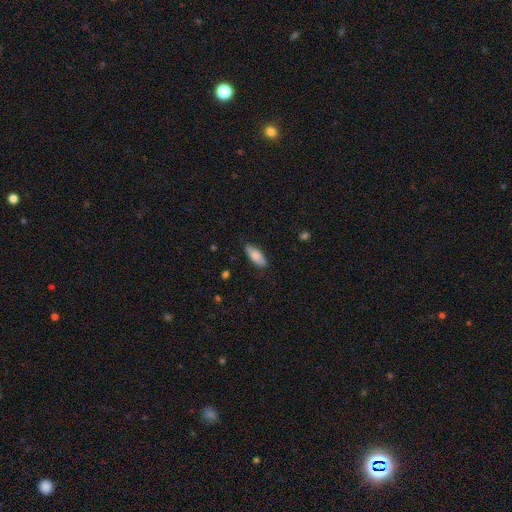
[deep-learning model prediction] Morphology: type=smooth (80%); roundness=in between (80%); merging=none (83%).